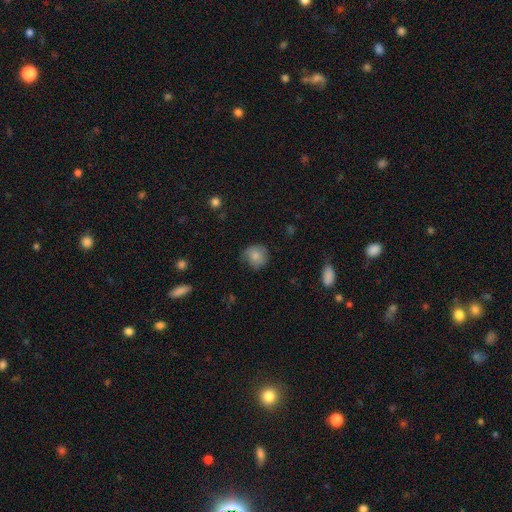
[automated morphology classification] smooth_or_featured: smooth (p=0.82) [alt: featured or disk p=0.09]
how_rounded: round (p=0.87) [alt: in between p=0.12]
merging: none (p=0.70) [alt: minor disturbance p=0.23]